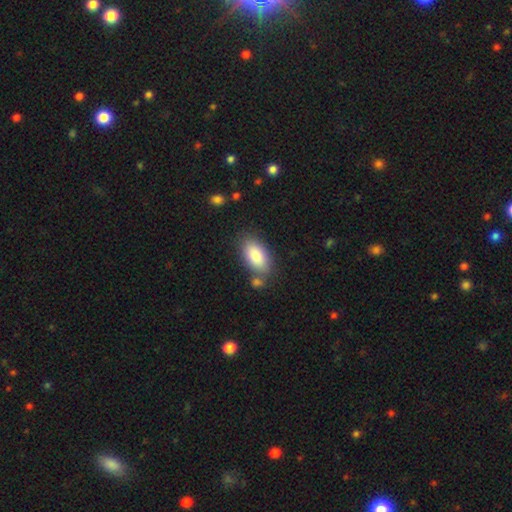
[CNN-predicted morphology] This is clearly a smooth galaxy (84%). How rounded: clearly in between (93%). Merging: likely none (70%).